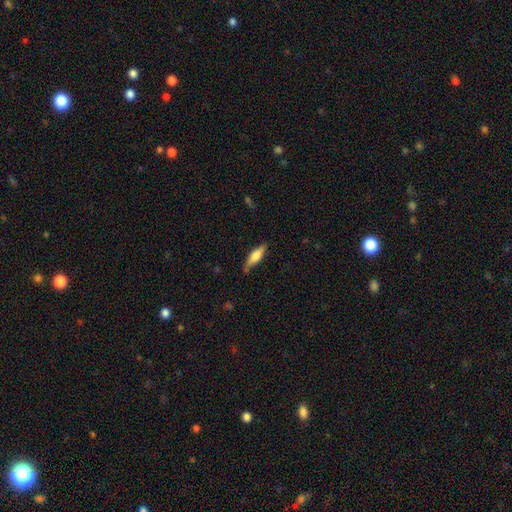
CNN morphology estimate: smooth 62%, featured or disk 32%, star or artifact 6%. Down the decision tree: how rounded — cigar-shaped (58%); merging — none (79%).